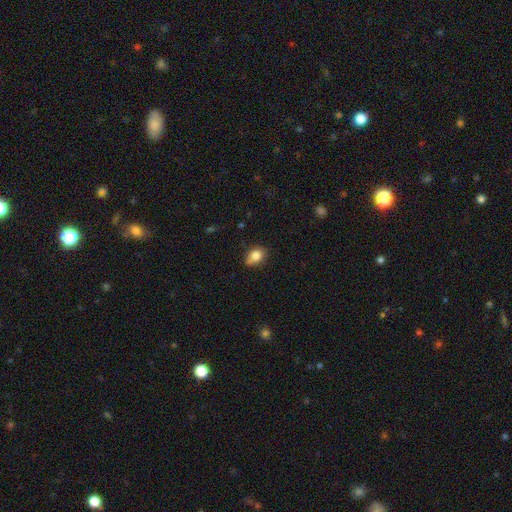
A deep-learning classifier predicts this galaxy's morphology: Smooth or featured?
  - smooth: 80% *
  - featured or disk: 10%
  - star or artifact: 9%
How rounded?
  - in between: 67% *
  - round: 31%
  - cigar-shaped: 2%
Merging?
  - none: 64% *
  - minor disturbance: 28%
  - major disturbance: 5%
  - merger: 3%